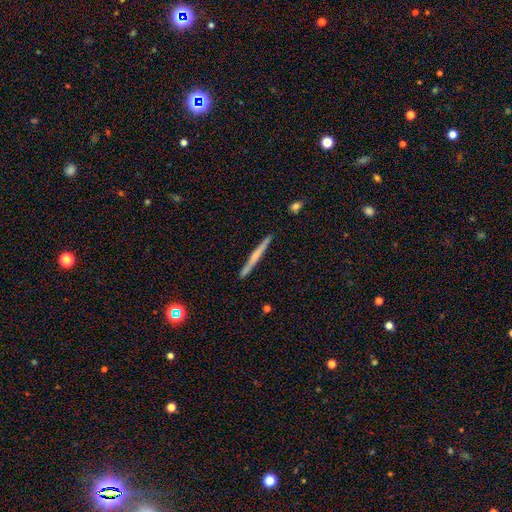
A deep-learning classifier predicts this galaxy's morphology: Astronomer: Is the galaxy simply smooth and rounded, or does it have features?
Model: featured or disk — 59% (runner-up: smooth, 35%).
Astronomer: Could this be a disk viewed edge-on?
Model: yes — 98%.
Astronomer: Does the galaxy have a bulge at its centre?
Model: none — 46% (runner-up: rounded, 44%).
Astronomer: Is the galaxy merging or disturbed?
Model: none — 91%.